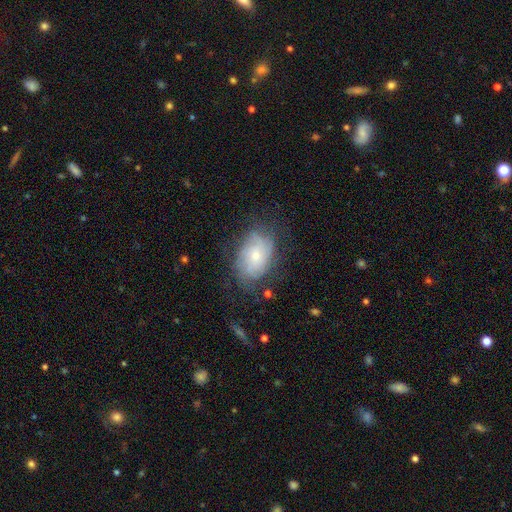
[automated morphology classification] A featured or disk galaxy (57%) with no bar (76%), spiral arms (80%) and a small central bulge (53%).

Vote fractions:
- Smooth or featured? featured or disk: 57% / smooth: 35% / star or artifact: 8%
- Edge-on disk? no: 95% / yes: 5%
- Bar? no: 76% / weak: 21% / strong: 3%
- Spiral arms? yes: 80% / no: 20%
- Bulge size? small: 53% / moderate: 40% / large: 3% / none: 2% / dominant: 1%
- Merging? none: 65% / minor disturbance: 23% / major disturbance: 11% / merger: 2%